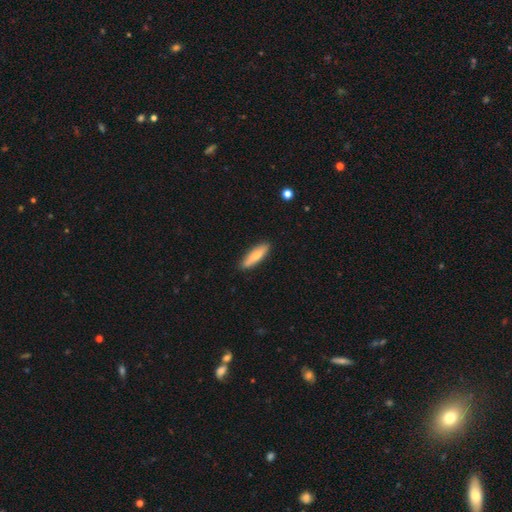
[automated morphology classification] This is likely a smooth galaxy (74%). How rounded: likely cigar-shaped (69%). Merging: clearly none (89%).